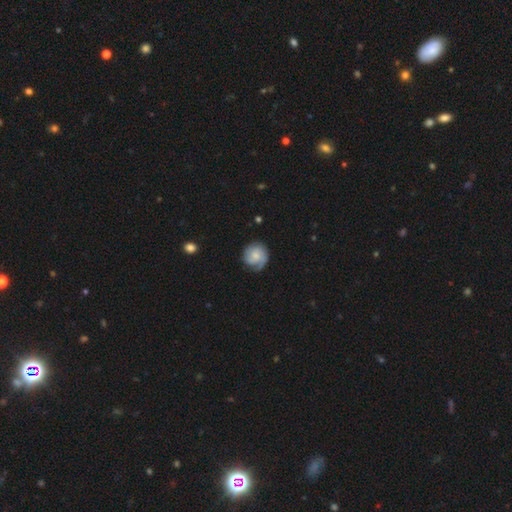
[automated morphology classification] A featured or disk galaxy (52%) with no bar (72%), spiral arms (90%) and a small central bulge (47%).

Vote fractions:
- Smooth or featured? featured or disk: 52% / smooth: 42% / star or artifact: 7%
- Edge-on disk? no: 98% / yes: 2%
- Bar? no: 72% / weak: 25% / strong: 3%
- Spiral arms? yes: 90% / no: 10%
- Bulge size? small: 47% / moderate: 33% / none: 14% / large: 5% / dominant: 2%
- Merging? none: 66% / minor disturbance: 23% / major disturbance: 9% / merger: 2%